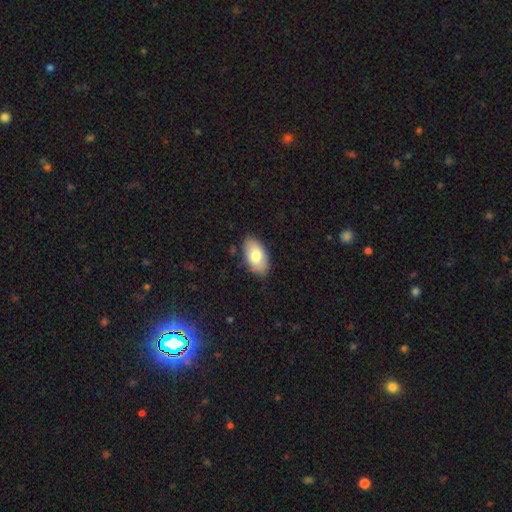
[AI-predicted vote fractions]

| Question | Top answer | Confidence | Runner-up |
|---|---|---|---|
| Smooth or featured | smooth | 77% | featured or disk (17%) |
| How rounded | in between | 94% | round (3%) |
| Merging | none | 84% | minor disturbance (12%) |